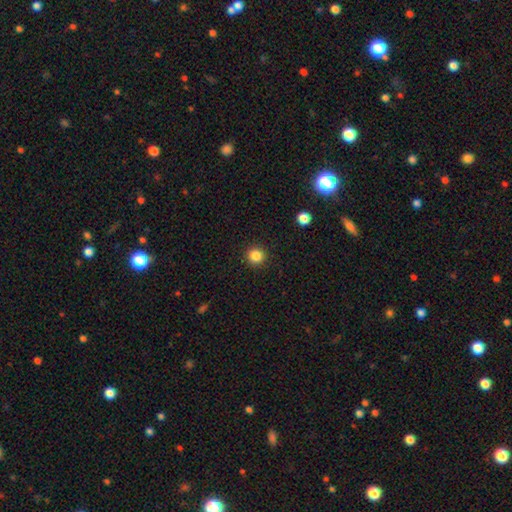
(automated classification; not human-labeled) Smooth or featured? Predicted: smooth (p=0.85). How rounded? Predicted: round (p=0.94). Merging? Predicted: none (p=0.93).